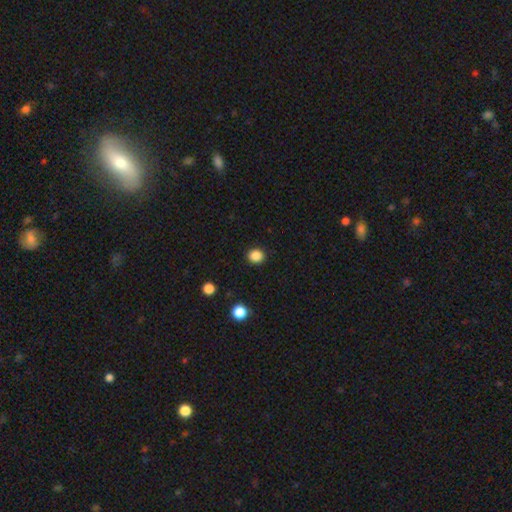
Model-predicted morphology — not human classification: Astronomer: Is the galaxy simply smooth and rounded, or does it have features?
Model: smooth — 86%.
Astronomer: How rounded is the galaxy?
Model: round — 84%.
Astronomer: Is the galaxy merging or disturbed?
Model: none — 92%.